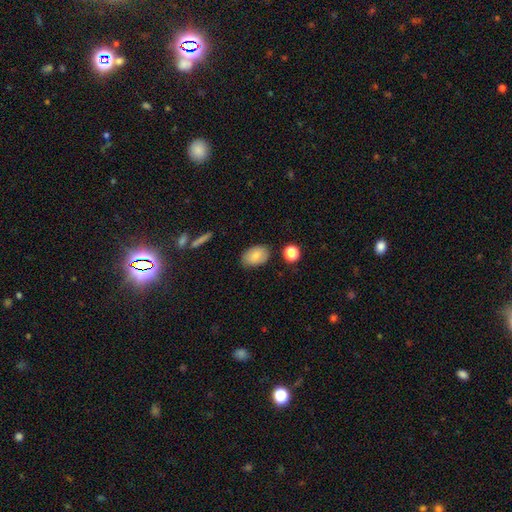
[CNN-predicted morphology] This appears to be a smooth galaxy with no disk features (82%) that is in between round and cigar-shaped (87%). Merging: none (83%).